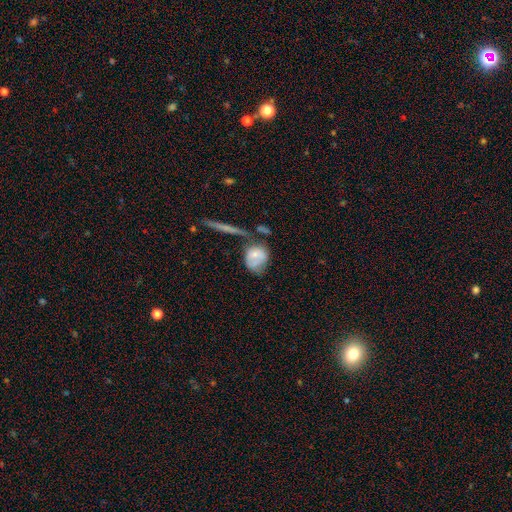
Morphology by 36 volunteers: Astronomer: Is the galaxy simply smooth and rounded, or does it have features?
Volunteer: smooth — 69%.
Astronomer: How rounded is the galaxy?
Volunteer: in between — 56% (runner-up: round, 44%).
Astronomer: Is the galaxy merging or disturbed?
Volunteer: minor disturbance — 46% (runner-up: none, 23%).